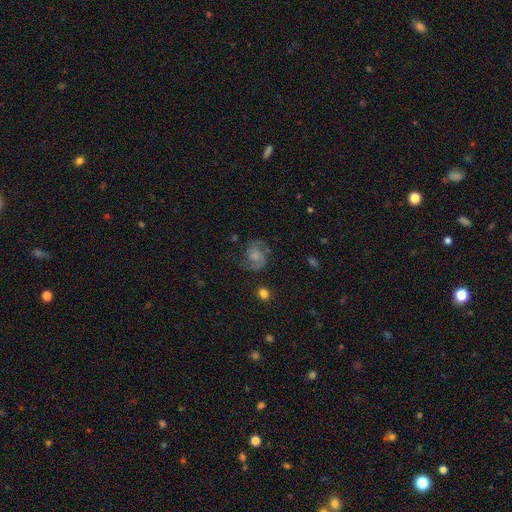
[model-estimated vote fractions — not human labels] This is likely a featured or disk galaxy (70%). It is clearly not viewed edge-on (98%). Bar: likely no (66%). Spiral arm pattern: clearly yes (93%). Spiral arm count: clearly 2 (86%). Spiral winding: possibly medium (53%). Central bulge: marginally small (32%). Merging: likely none (66%).